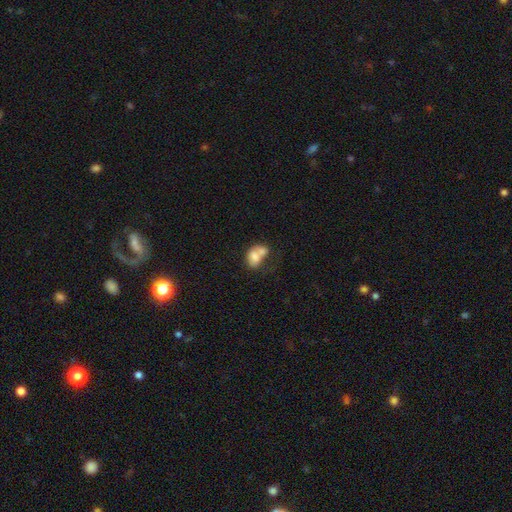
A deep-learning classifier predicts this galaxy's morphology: Q: Smooth or featured?
A: smooth (69%); runner-up: featured or disk (22%)
Q: How rounded?
A: in between (72%); runner-up: round (27%)
Q: Merging?
A: merger (64%); runner-up: none (18%)